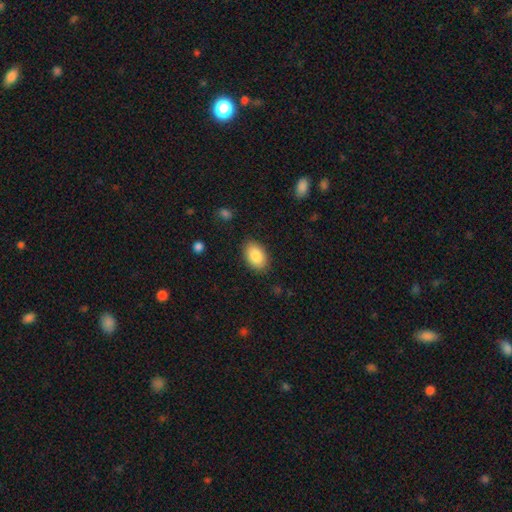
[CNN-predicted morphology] Overall: smooth (87%). How rounded: in between (90%). Merging: none (86%).